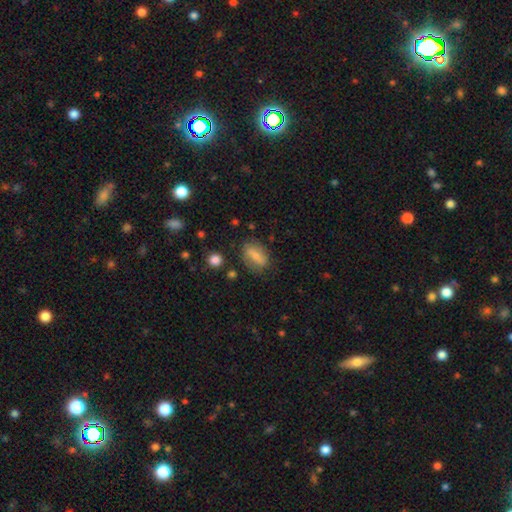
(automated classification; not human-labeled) A smooth galaxy with no disk features (63%) that is in between round and cigar-shaped (77%).

Vote fractions:
- Smooth or featured? smooth: 63% / featured or disk: 29% / star or artifact: 8%
- How rounded? in between: 77% / round: 14% / cigar-shaped: 9%
- Merging? none: 73% / minor disturbance: 18% / major disturbance: 6% / merger: 3%